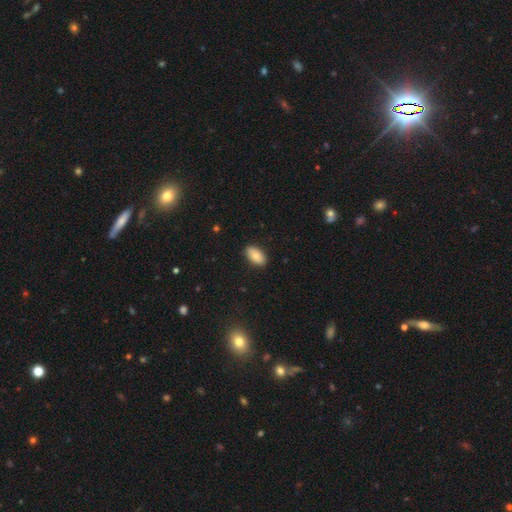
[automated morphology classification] smooth 82%, featured or disk 11%, star or artifact 7%. Down the decision tree: how rounded — in between (94%); merging — none (87%).